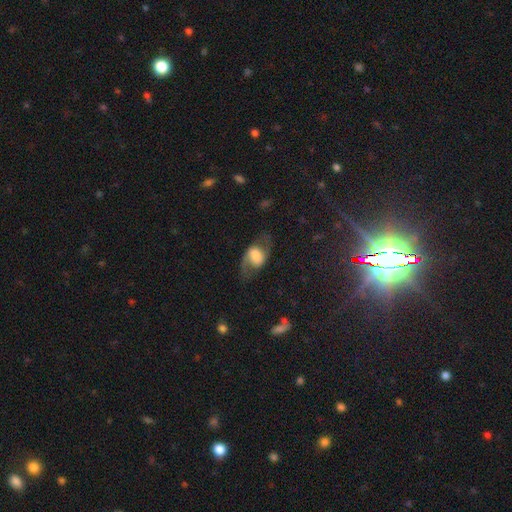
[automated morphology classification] This is likely a featured or disk galaxy (61%). It is clearly not viewed edge-on (92%). Bar: possibly no (46%). Spiral arm pattern: clearly yes (84%). Central bulge: possibly large (45%). Merging: likely none (66%).